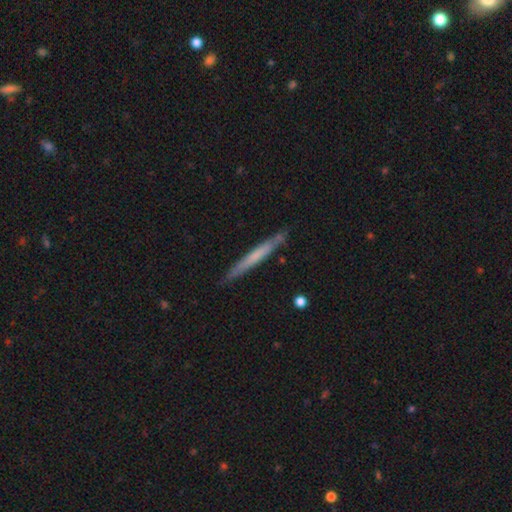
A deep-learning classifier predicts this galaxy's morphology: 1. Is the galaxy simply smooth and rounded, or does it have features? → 54% smooth, 41% featured or disk, 5% star or artifact.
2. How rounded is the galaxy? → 97% cigar-shaped, 2% in between, 1% round.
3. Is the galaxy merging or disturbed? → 87% none, 10% minor disturbance, 2% merger, 2% major disturbance.